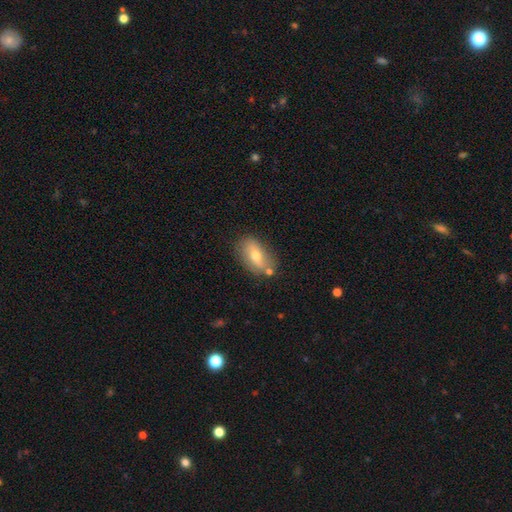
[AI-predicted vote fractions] This is possibly a smooth galaxy (58%). How rounded: clearly in between (87%). Merging: likely none (72%).